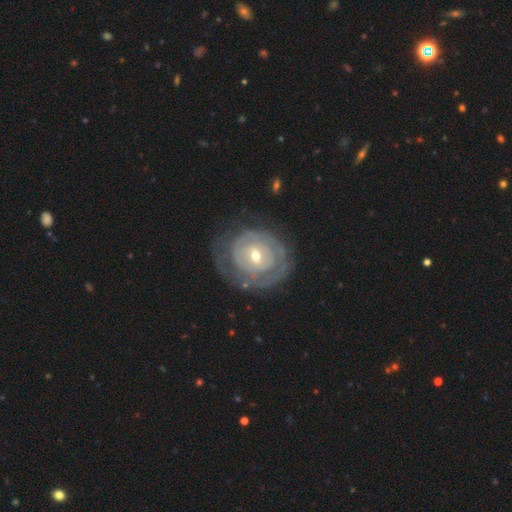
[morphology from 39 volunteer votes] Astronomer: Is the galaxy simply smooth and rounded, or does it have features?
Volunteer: featured or disk — 82%.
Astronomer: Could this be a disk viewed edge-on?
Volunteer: no — 100%.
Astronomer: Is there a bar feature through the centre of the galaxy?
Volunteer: no — 72%.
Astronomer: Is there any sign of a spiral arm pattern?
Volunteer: yes — 78%.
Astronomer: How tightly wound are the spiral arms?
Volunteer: tight — 96%.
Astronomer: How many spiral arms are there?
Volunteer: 1 — 72%.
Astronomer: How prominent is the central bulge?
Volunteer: small — 59% (runner-up: moderate, 38%).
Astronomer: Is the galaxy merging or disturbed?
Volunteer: none — 76%.